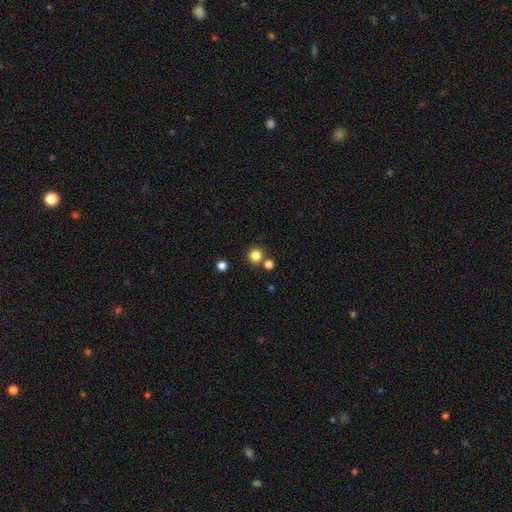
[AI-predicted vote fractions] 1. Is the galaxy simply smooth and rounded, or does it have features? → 83% smooth, 13% star or artifact, 5% featured or disk.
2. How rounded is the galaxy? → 95% round, 4% in between, 1% cigar-shaped.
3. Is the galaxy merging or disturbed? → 80% none, 12% merger, 6% minor disturbance, 2% major disturbance.